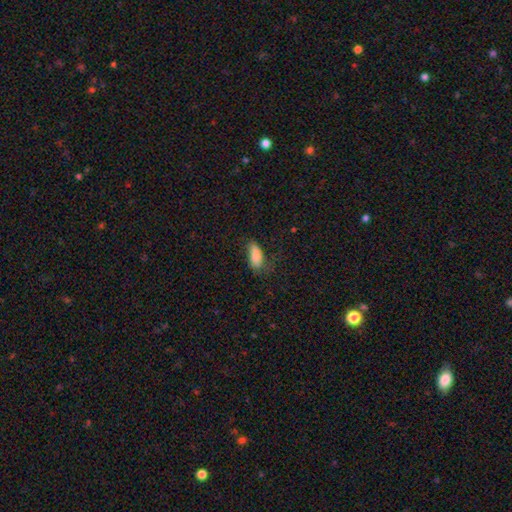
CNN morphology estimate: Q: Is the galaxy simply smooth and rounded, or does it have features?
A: smooth — 82%.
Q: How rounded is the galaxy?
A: in between — 85%.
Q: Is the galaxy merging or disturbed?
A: none — 47%.